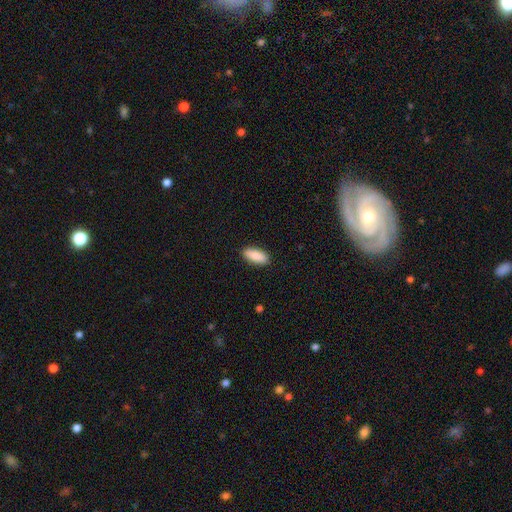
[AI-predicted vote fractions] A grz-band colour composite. It shows a smooth galaxy with no disk features (90%) that is in between round and cigar-shaped (82%). Merging: none (90%).